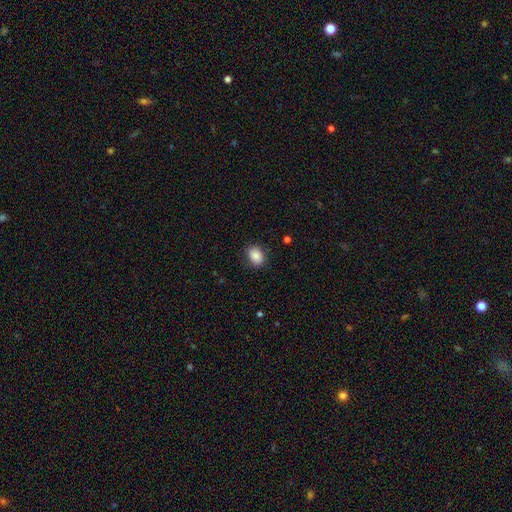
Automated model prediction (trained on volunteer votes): A smooth galaxy with no disk features (86%) that is in between round and cigar-shaped (69%). Merging: none (83%).